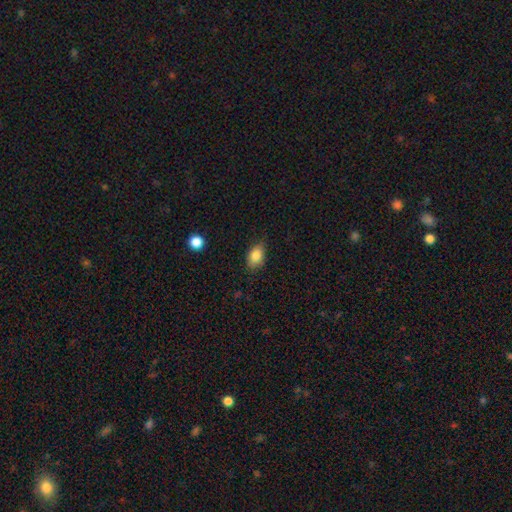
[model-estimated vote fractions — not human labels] This is clearly a smooth galaxy (85%). How rounded: clearly in between (86%). Merging: likely none (75%).